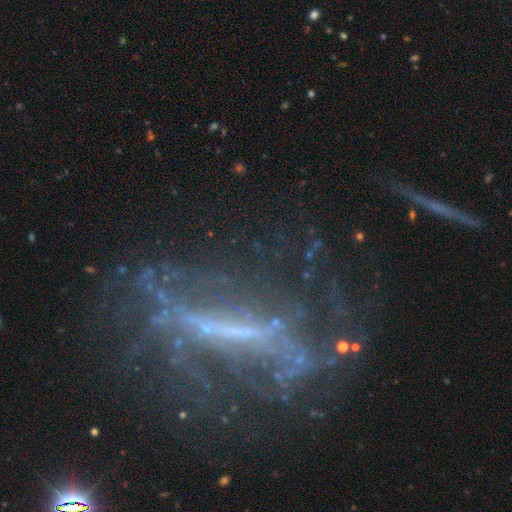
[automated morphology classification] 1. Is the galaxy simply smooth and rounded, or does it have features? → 73% featured or disk, 17% star or artifact, 10% smooth.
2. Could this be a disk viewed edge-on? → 67% no, 33% yes.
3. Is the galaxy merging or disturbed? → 51% none, 27% major disturbance, 18% minor disturbance, 4% merger.